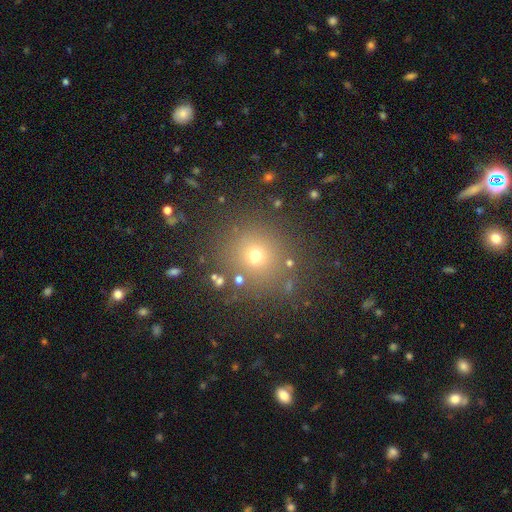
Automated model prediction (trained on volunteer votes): Smooth or featured? smooth (65%)
How rounded? round (90%)
Merging? none (84%)